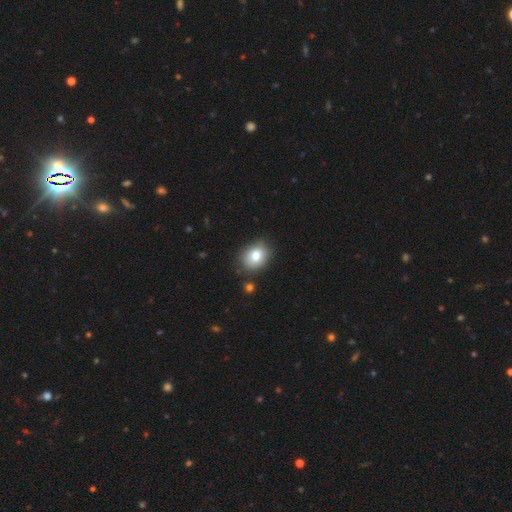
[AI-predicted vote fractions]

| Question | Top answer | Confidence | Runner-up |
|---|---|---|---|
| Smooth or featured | smooth | 81% | featured or disk (10%) |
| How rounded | in between | 56% | round (43%) |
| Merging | none | 81% | minor disturbance (14%) |